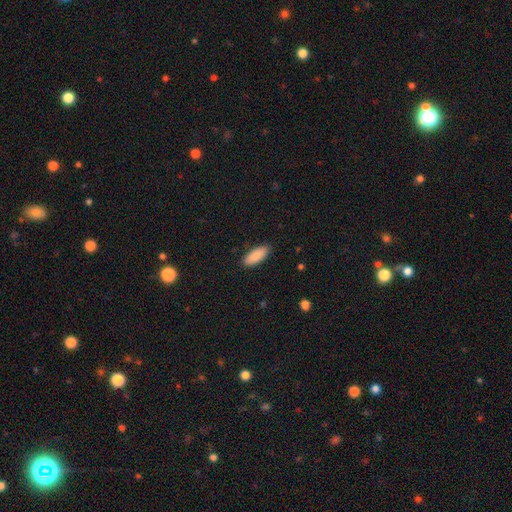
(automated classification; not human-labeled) Smooth or featured? smooth (89%)
How rounded? in between (81%)
Merging? none (88%)